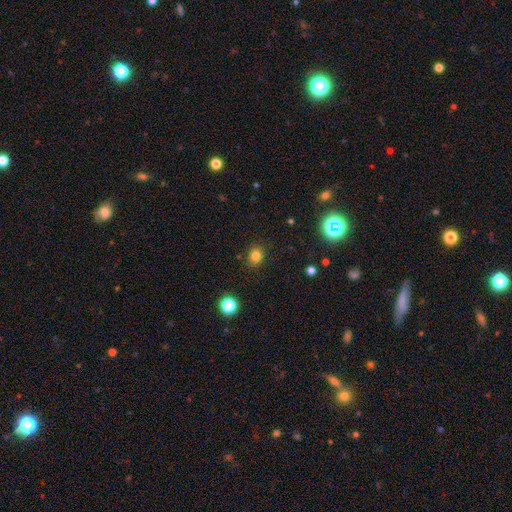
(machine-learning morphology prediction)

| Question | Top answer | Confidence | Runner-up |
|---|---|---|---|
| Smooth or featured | smooth | 80% | star or artifact (14%) |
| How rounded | round | 68% | in between (31%) |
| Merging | none | 87% | minor disturbance (9%) |